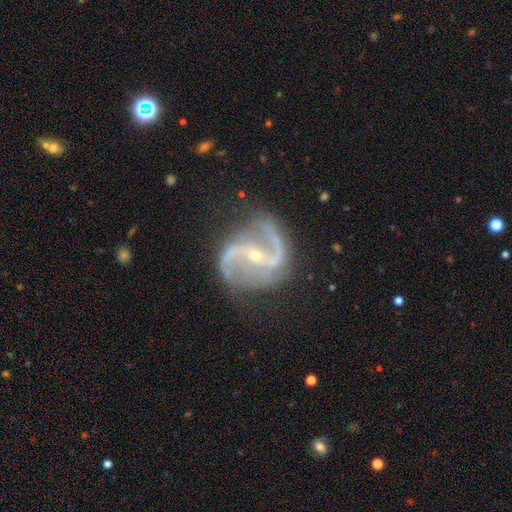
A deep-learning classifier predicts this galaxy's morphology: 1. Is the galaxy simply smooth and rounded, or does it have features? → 92% featured or disk, 6% star or artifact, 2% smooth.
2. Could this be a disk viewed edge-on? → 98% no, 2% yes.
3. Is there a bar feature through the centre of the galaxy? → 39% strong, 31% weak, 30% no.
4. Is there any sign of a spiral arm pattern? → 98% yes, 2% no.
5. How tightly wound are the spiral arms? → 48% medium, 42% loose, 10% tight.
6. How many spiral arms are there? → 92% 2, 2% 3, 2% can't tell, 1% 1, 1% 4, 1% more than 4.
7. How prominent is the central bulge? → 79% small, 18% moderate, 1% none, 1% large, 1% dominant.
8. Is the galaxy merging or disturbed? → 76% none, 15% minor disturbance, 7% major disturbance, 2% merger.